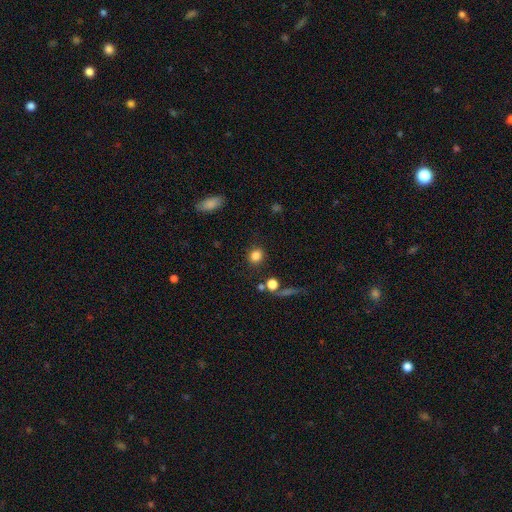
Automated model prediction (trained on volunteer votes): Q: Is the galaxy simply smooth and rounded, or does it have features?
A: smooth — 83%.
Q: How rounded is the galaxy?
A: round — 79%.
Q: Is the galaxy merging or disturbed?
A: none — 84%.